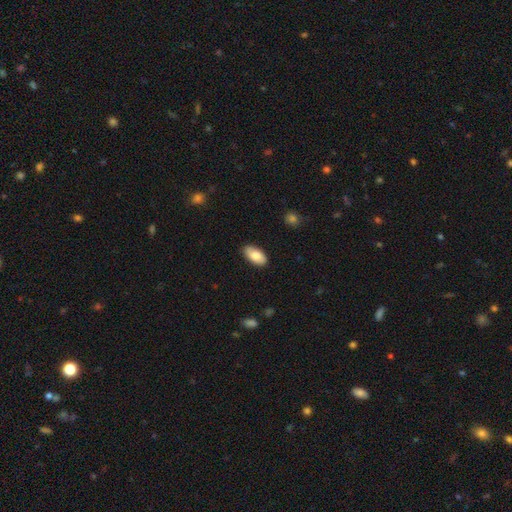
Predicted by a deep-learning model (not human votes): This is clearly a smooth galaxy (81%). How rounded: clearly in between (94%). Merging: clearly none (85%).